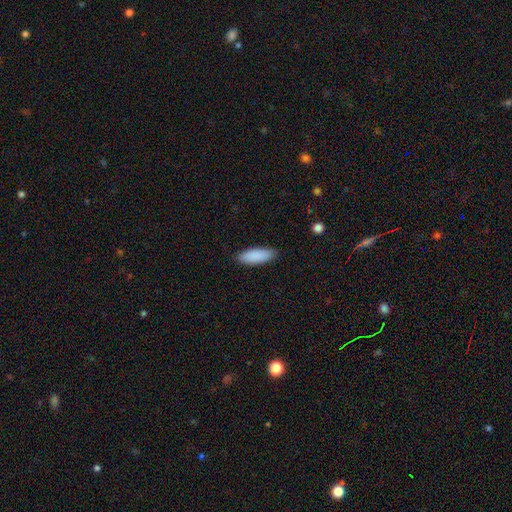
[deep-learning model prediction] smooth 89%, star or artifact 5%, featured or disk 5%. Down the decision tree: how rounded — in between (66%); merging — none (87%).